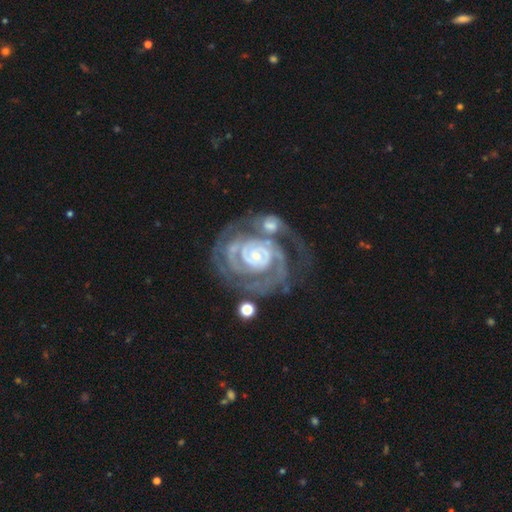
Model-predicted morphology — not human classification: The model was most divided on "spiral arm count": 2: 35%, can't tell: 27%, 3: 17%, 4: 8%, 1: 7%, more than 4: 6%. Remaining: edge-on disk — no (98%); spiral arms — yes (95%); smooth or featured — featured or disk (89%); spiral winding — tight (77%); bulge size — small (75%); bar — no (71%); merging — none (47%).